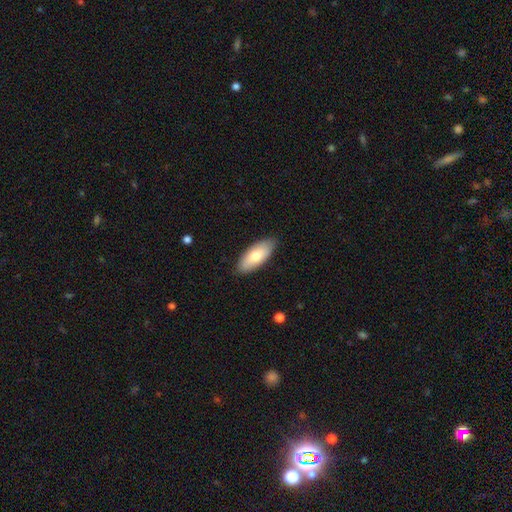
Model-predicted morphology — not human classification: A smooth galaxy with no disk features (72%) that is in between round and cigar-shaped (82%).

Vote fractions:
- Smooth or featured? smooth: 72% / featured or disk: 23% / star or artifact: 6%
- How rounded? in between: 82% / cigar-shaped: 15% / round: 2%
- Merging? none: 87% / minor disturbance: 10% / major disturbance: 2% / merger: 1%